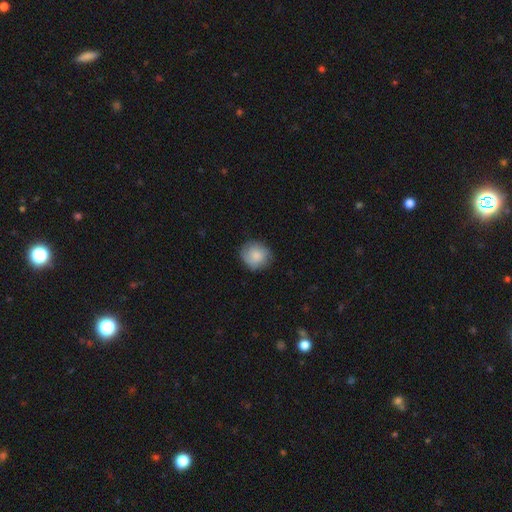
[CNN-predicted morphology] This is likely a smooth galaxy (67%). How rounded: clearly round (82%). Merging: likely none (79%).